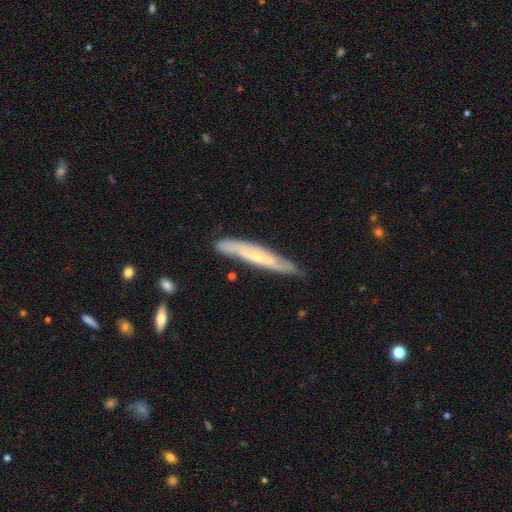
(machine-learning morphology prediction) The model was most divided on "smooth or featured": featured or disk: 60%, smooth: 34%, star or artifact: 6%. More confident: merging — none (79%); edge-on disk — yes (70%).